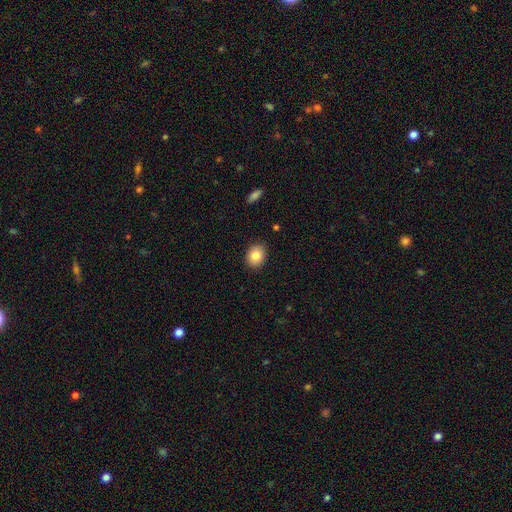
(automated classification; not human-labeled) This is clearly a smooth galaxy (84%). How rounded: possibly in between (53%). Merging: clearly none (89%).